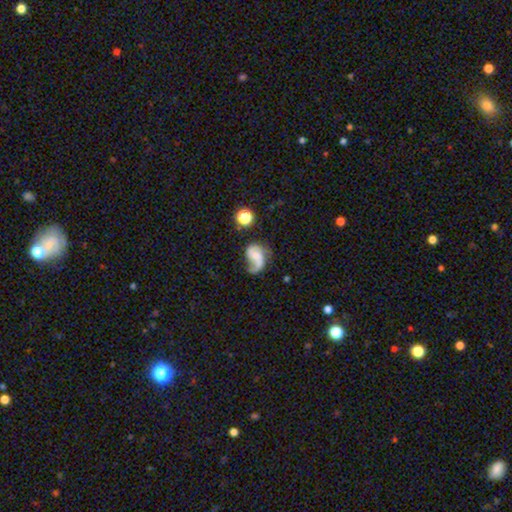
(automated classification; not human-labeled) Smooth or featured? featured or disk (65%)
Edge-on disk? no (98%)
Bar? no (55%)
Spiral arms? yes (86%)
Spiral winding? loose (55%)
Spiral arm count? 2 (51%)
Bulge size? small (43%)
Merging? major disturbance (34%, tied with none)